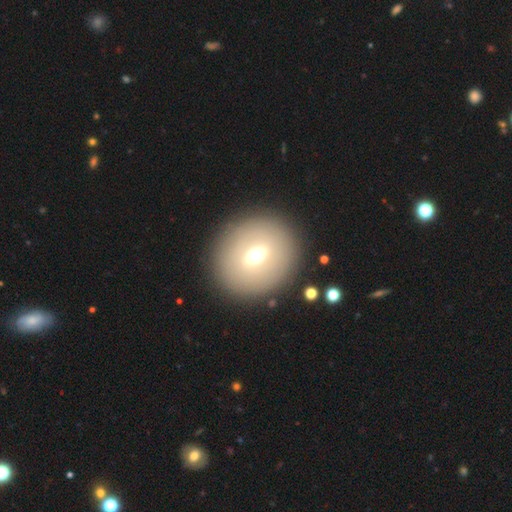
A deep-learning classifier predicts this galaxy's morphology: Smooth or featured? smooth (51%)
How rounded? round (79%)
Merging? none (86%)